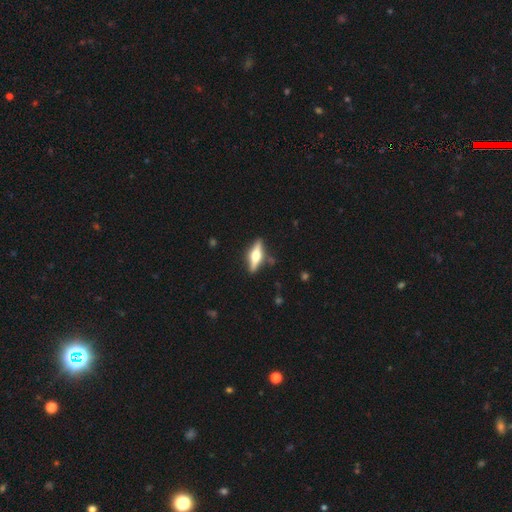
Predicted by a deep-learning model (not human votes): Morphology: type=featured or disk (65%); edge-on=yes (95%); edge-on bulge=rounded (94%); merging=none (85%).